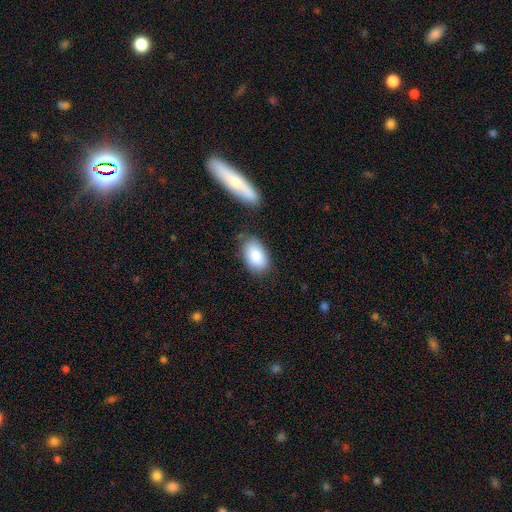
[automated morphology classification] Smooth or featured: smooth — 85% (featured or disk — 8%)
How rounded: in between — 92% (round — 7%)
Merging: none — 73% (minor disturbance — 17%)